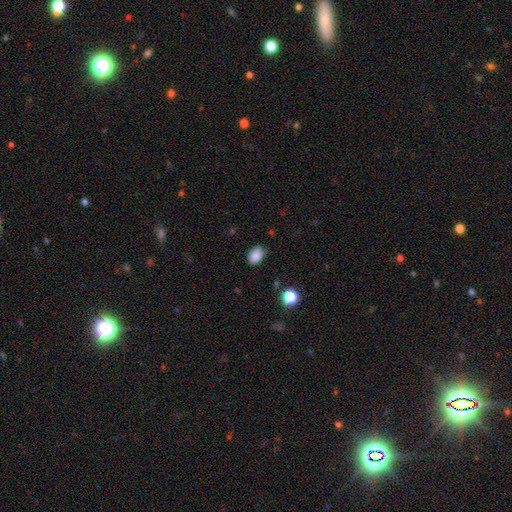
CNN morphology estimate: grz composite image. It shows a smooth galaxy with no disk features (86%) that is in between round and cigar-shaped (80%). Merging: none (74%).